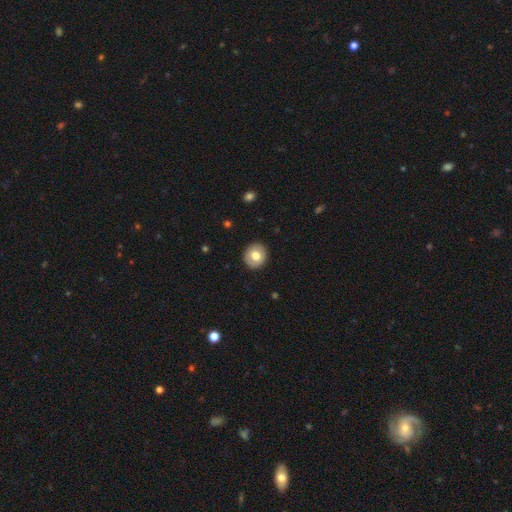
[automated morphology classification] Smooth or featured?
  - smooth: 73% *
  - featured or disk: 19%
  - star or artifact: 7%
How rounded?
  - round: 83% *
  - in between: 16%
  - cigar-shaped: 1%
Merging?
  - none: 91% *
  - minor disturbance: 7%
  - major disturbance: 2%
  - merger: 1%